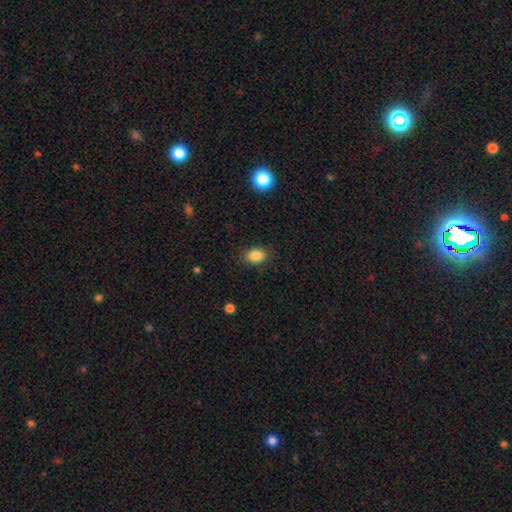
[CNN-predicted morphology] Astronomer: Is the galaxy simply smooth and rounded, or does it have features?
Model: smooth — 86%.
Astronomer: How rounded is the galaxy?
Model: in between — 70%.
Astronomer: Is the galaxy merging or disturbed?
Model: none — 86%.